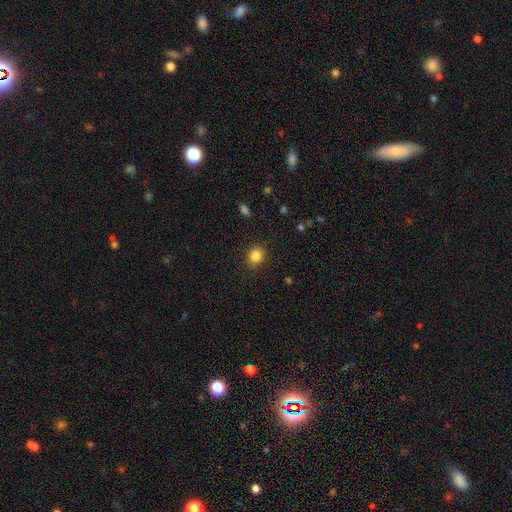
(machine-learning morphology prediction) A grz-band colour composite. It shows a smooth galaxy with no disk features (84%) that is round (77%). Merging: none (89%).